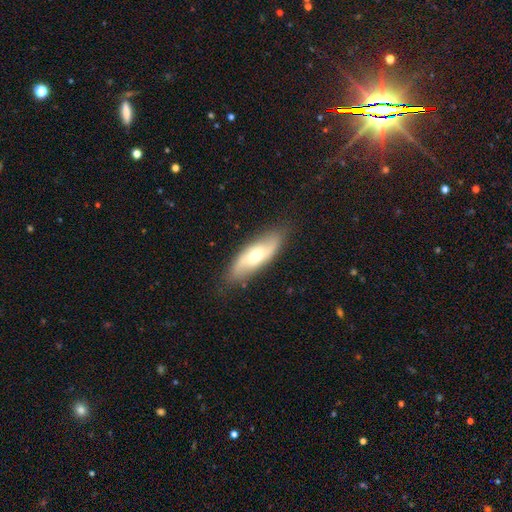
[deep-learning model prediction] This appears to be a featured or disk galaxy (48%). Merging: none (83%).